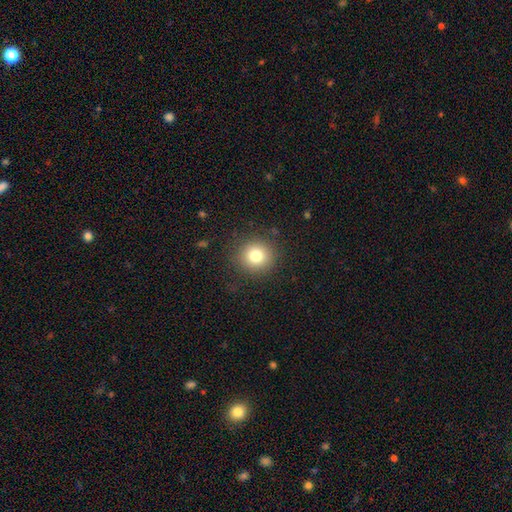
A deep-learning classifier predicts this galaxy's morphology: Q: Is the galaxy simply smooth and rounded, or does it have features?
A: smooth — 79%.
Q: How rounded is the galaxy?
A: round — 93%.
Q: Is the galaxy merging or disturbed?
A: none — 89%.